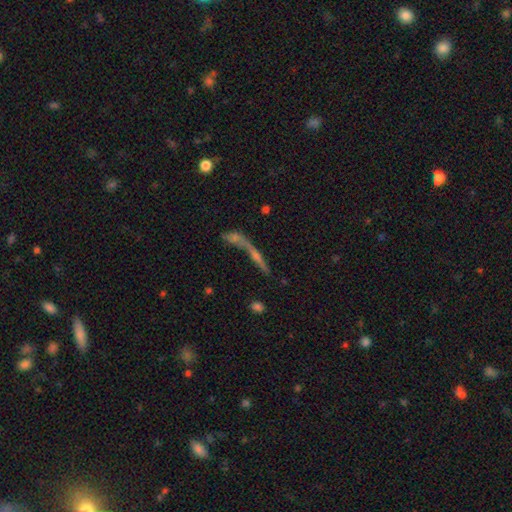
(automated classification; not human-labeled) The model was most divided on "merging": none: 40%, merger: 38%, minor disturbance: 11%, major disturbance: 11%. More confident: edge-on disk — yes (79%); smooth or featured — featured or disk (57%).